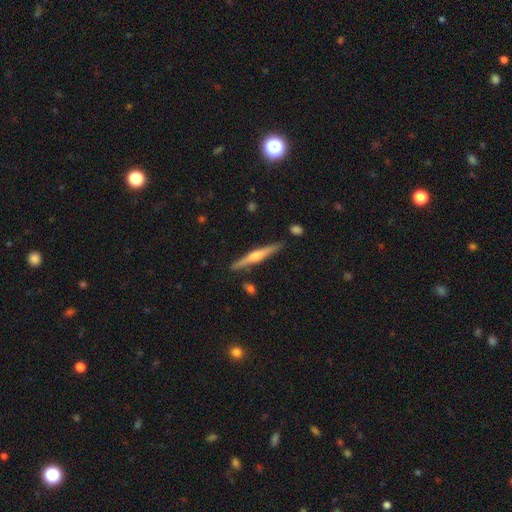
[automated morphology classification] This appears to be a featured or disk galaxy (69%) viewed edge-on (98%) with a rounded central bulge (84%). Merging: none (88%).